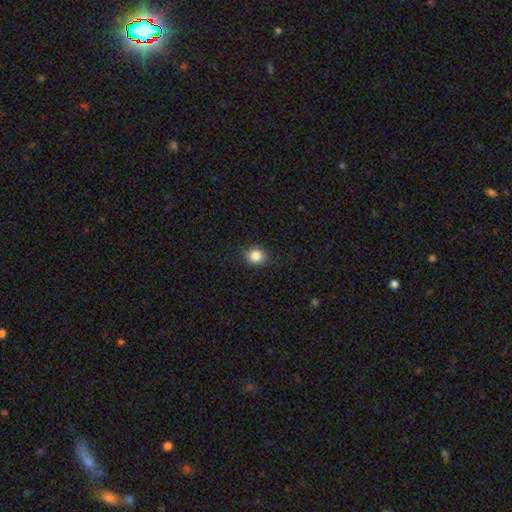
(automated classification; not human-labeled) smooth_or_featured: smooth (p=0.84) [alt: star or artifact p=0.11]
how_rounded: round (p=0.76) [alt: in between p=0.23]
merging: none (p=0.85) [alt: minor disturbance p=0.12]